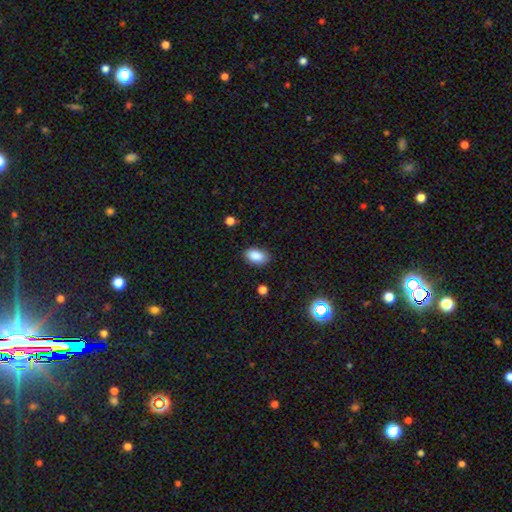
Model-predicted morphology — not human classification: A smooth galaxy with no disk features (88%) that is in between round and cigar-shaped (92%). Merging: none (85%).